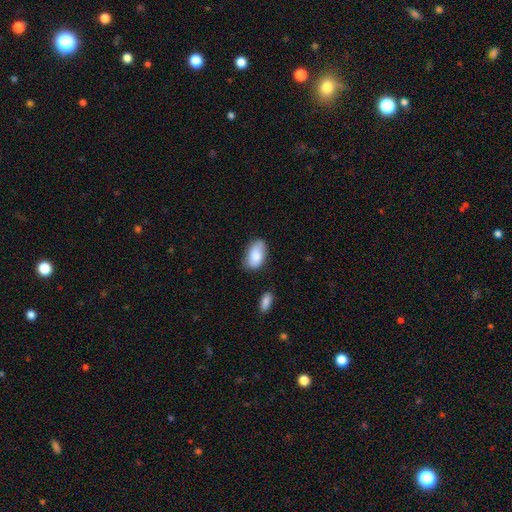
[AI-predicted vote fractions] Overall: smooth (82%). How rounded: in between (93%). Merging: none (69%).